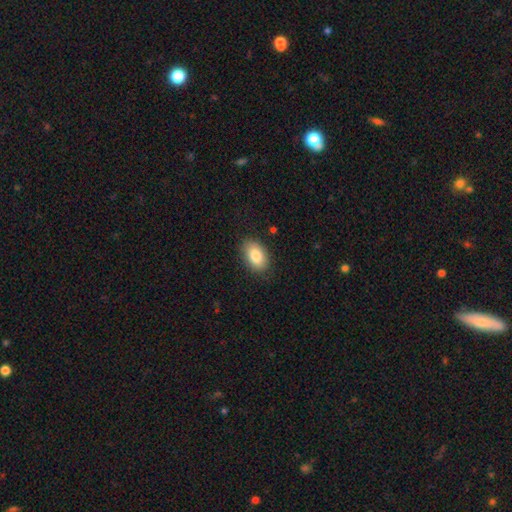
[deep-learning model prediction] This appears to be a smooth galaxy with no disk features (84%) that is in between round and cigar-shaped (89%). Merging: none (86%).